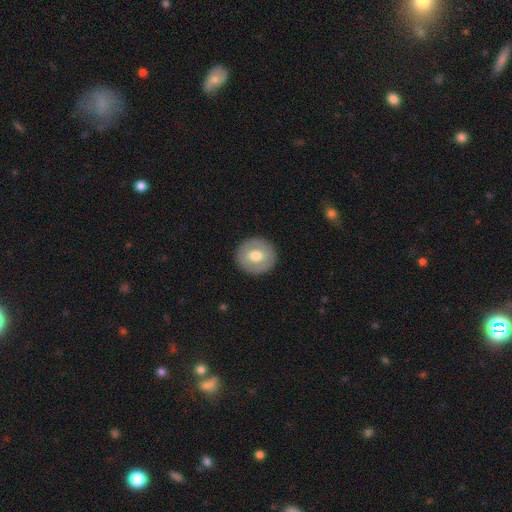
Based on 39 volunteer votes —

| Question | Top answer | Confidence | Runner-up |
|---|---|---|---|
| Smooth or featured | smooth | 79% | featured or disk (21%) |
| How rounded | round | 100% | — |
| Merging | none | 90% | minor disturbance (8%) |